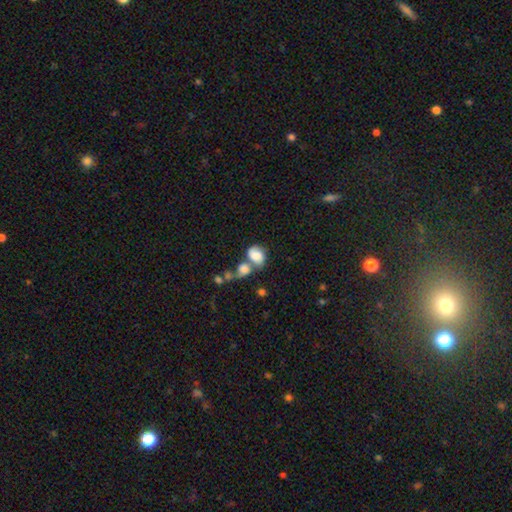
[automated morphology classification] smooth 74%, featured or disk 17%, star or artifact 9%. Down the decision tree: how rounded — in between (63%); merging — merger (55%).